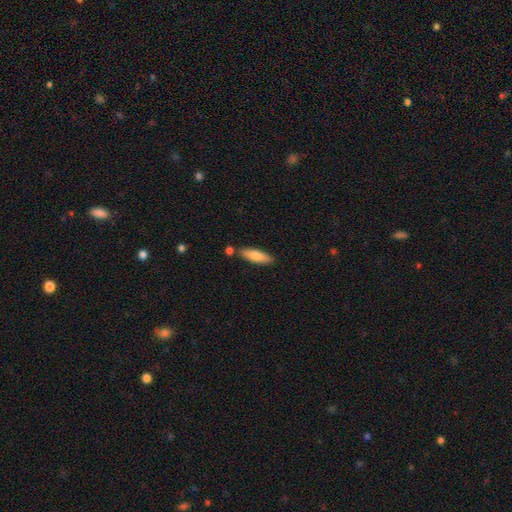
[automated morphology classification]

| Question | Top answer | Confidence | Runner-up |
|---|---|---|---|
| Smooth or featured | smooth | 80% | featured or disk (15%) |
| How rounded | cigar-shaped | 53% | in between (46%) |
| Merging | none | 79% | minor disturbance (12%) |